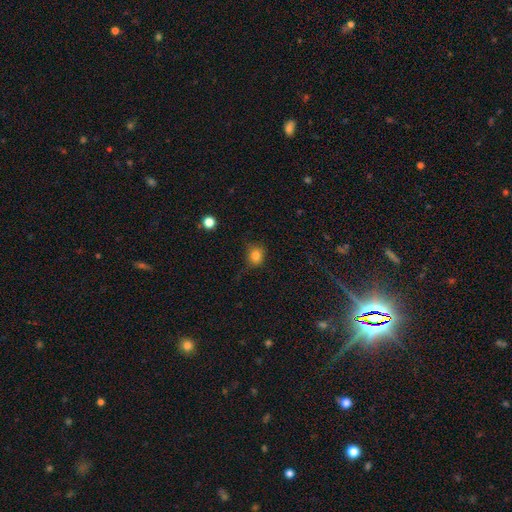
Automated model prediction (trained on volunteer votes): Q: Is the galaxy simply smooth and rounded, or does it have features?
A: smooth — 82%.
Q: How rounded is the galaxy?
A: round — 69%.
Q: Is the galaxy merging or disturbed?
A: none — 73%.